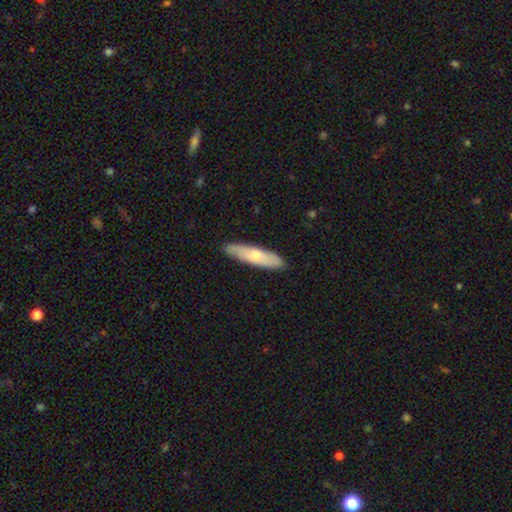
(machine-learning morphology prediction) Q: Smooth or featured?
A: smooth (62%); runner-up: featured or disk (33%)
Q: How rounded?
A: cigar-shaped (77%); runner-up: in between (22%)
Q: Merging?
A: none (88%); runner-up: minor disturbance (10%)